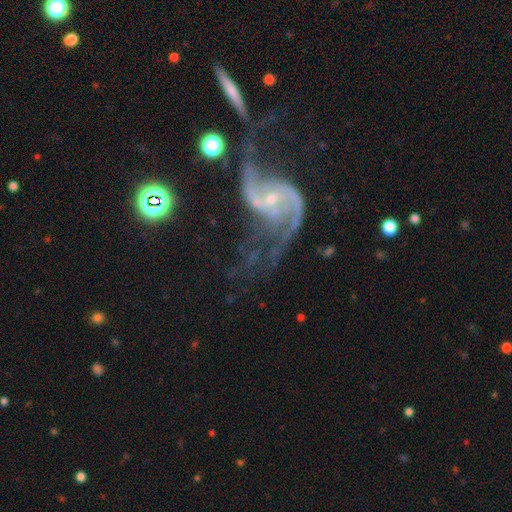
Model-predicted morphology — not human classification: A featured or disk galaxy (89%) with no bar (52%), 2 (89%) loose (51%) spiral arms (97%) and a small central bulge (78%).

Vote fractions:
- Smooth or featured? featured or disk: 89% / star or artifact: 7% / smooth: 4%
- Edge-on disk? no: 97% / yes: 3%
- Bar? no: 52% / weak: 33% / strong: 15%
- Spiral arms? yes: 97% / no: 3%
- Spiral winding? loose: 51% / medium: 38% / tight: 11%
- Spiral arm count? 2: 89% / can't tell: 3% / 1: 2% / 3: 2% / 4: 2% / more than 4: 2%
- Bulge size? small: 78% / moderate: 16% / none: 4% / large: 1% / dominant: 1%
- Merging? none: 45% / major disturbance: 27% / minor disturbance: 19% / merger: 9%